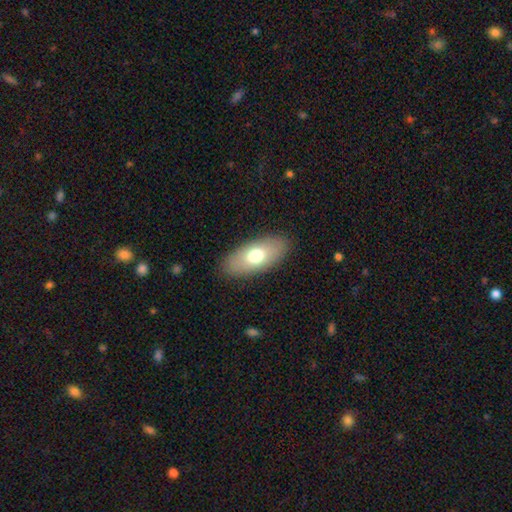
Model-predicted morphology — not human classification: The model was most divided on "smooth or featured": smooth: 70%, featured or disk: 23%, star or artifact: 7%. More confident: how rounded — in between (89%); merging — none (87%).